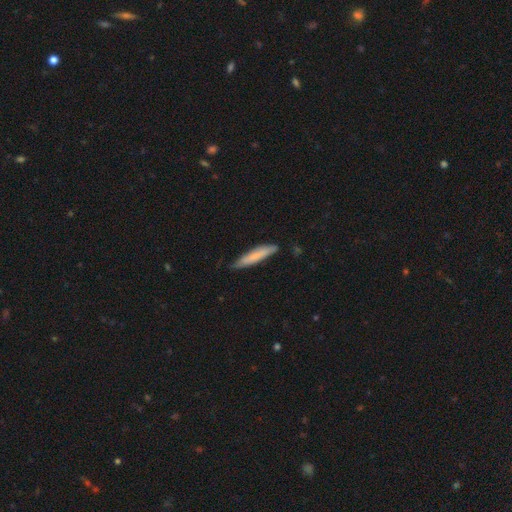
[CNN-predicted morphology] Overall: smooth (76%). How rounded: cigar-shaped (90%). Merging: none (78%).